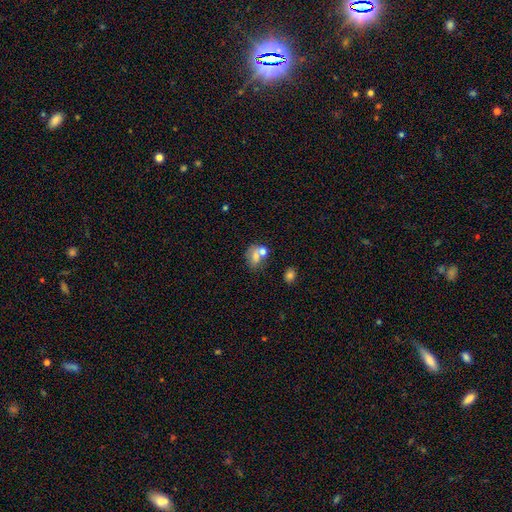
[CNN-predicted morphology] Smooth or featured: smooth — 66% (featured or disk — 21%)
How rounded: in between — 55% (round — 44%)
Merging: merger — 42% (none — 34%)